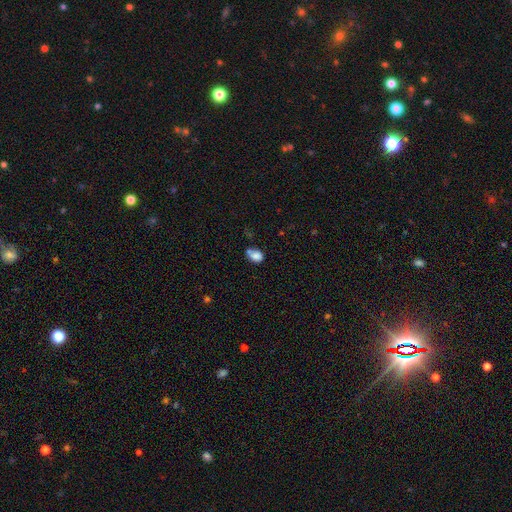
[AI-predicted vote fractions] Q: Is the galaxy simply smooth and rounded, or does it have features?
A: smooth — 80%.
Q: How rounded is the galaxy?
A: in between — 60%.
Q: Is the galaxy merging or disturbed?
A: none — 37%.